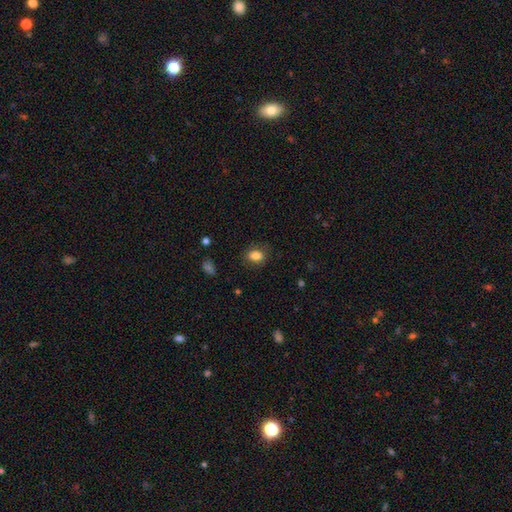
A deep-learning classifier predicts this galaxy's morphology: smooth 84%, star or artifact 9%, featured or disk 7%. Down the decision tree: how rounded — in between (74%); merging — none (80%).